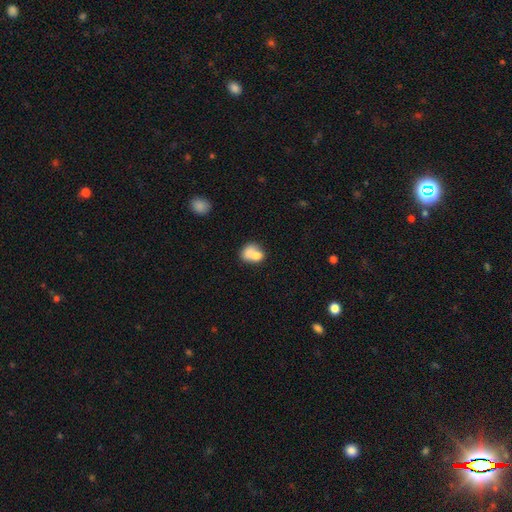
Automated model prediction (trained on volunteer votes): smooth_or_featured: smooth (p=0.72) [alt: featured or disk p=0.19]
how_rounded: in between (p=0.51) [alt: round p=0.47]
merging: merger (p=0.54) [alt: none p=0.27]